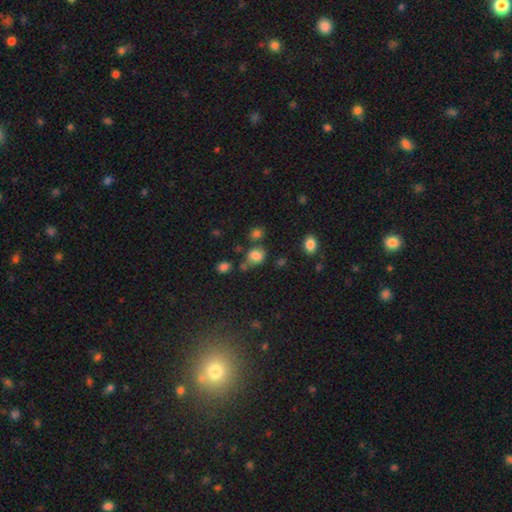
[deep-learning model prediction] smooth-or-featured: smooth: 79% | star or artifact: 14% | featured or disk: 7%
  how-rounded: round: 61% | in between: 38% | cigar-shaped: 1%
  merging: none: 60% | minor disturbance: 18% | merger: 16% | major disturbance: 7%